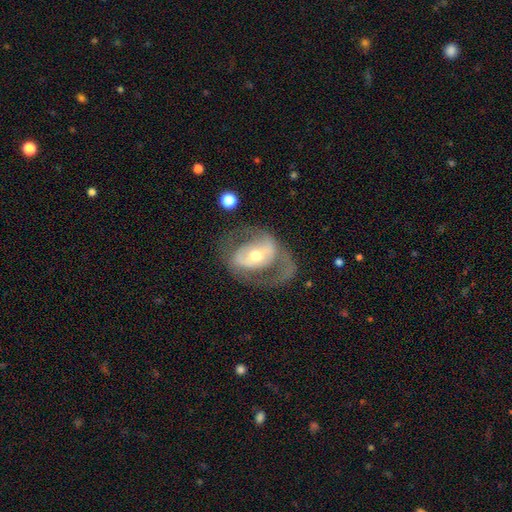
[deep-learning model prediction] Q: Smooth or featured?
A: featured or disk (74%); runner-up: smooth (21%)
Q: Edge-on disk?
A: no (94%); runner-up: yes (6%)
Q: Bar?
A: no (38%); runner-up: strong (31%)
Q: Spiral arms?
A: yes (57%); runner-up: no (43%)
Q: Bulge size?
A: moderate (63%); runner-up: small (29%)
Q: Merging?
A: none (51%); runner-up: major disturbance (29%)